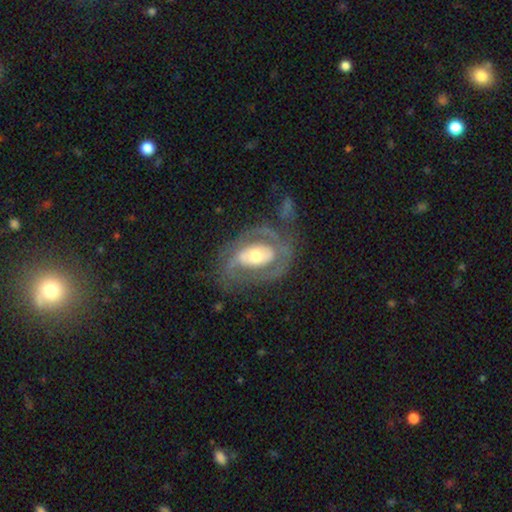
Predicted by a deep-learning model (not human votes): This appears to be a featured or disk galaxy (79%) with no bar (55%), 2 (63%) tight (42%) spiral arms (71%) and a moderate central bulge (64%). Merging: none (57%).